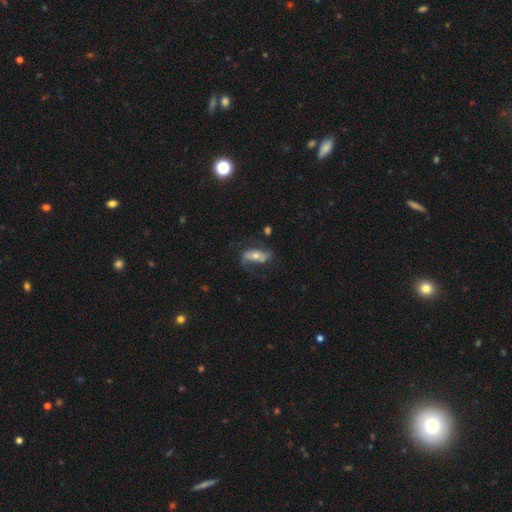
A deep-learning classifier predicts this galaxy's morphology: This is possibly a featured or disk galaxy (59%). It is clearly not viewed edge-on (84%). Merging: likely none (61%).